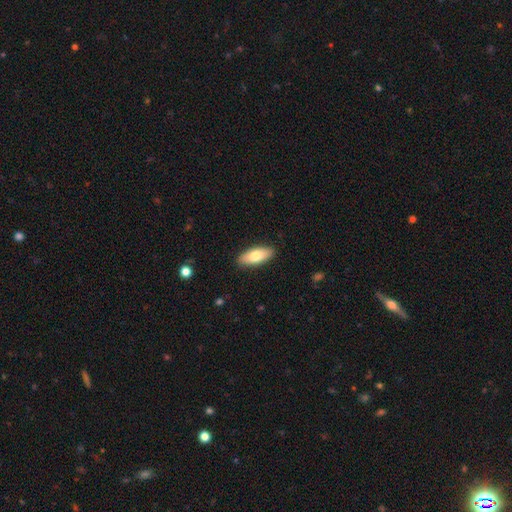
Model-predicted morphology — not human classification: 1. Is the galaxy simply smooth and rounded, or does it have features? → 77% smooth, 17% featured or disk, 6% star or artifact.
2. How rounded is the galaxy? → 81% in between, 17% cigar-shaped, 2% round.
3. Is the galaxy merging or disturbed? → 89% none, 8% minor disturbance, 2% major disturbance, 1% merger.